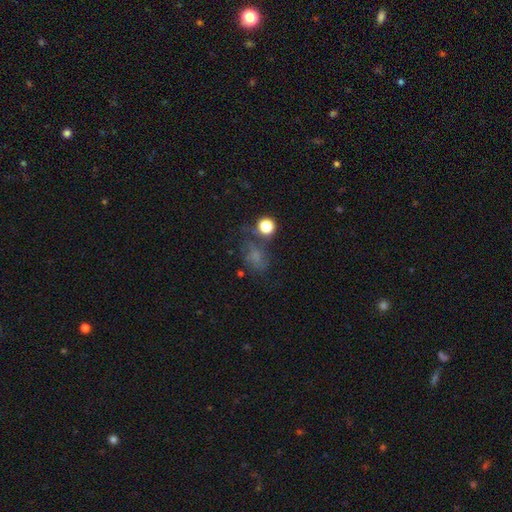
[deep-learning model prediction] Q: Smooth or featured?
A: smooth (46%); runner-up: star or artifact (29%)
Q: Merging?
A: none (48%); runner-up: major disturbance (21%)